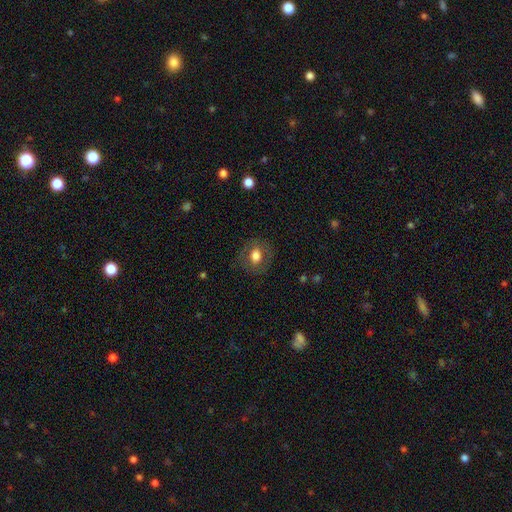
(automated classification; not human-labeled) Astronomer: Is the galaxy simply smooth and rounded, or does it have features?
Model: smooth — 68%.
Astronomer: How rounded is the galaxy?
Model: round — 58% (runner-up: in between, 41%).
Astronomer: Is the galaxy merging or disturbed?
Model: none — 83%.